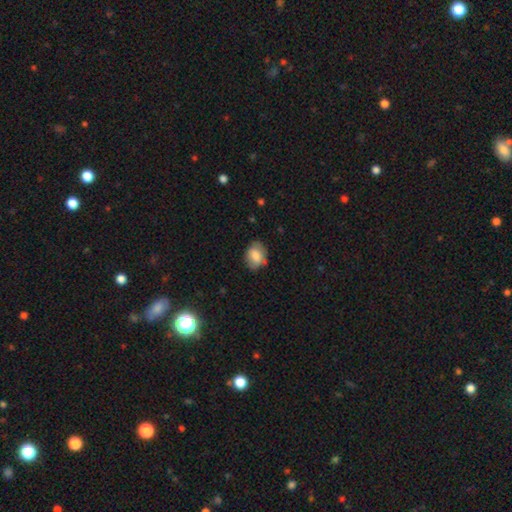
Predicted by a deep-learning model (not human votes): The model was most divided on "how rounded": in between: 67%, round: 32%, cigar-shaped: 1%. More confident: smooth or featured — smooth (74%); merging — none (67%).